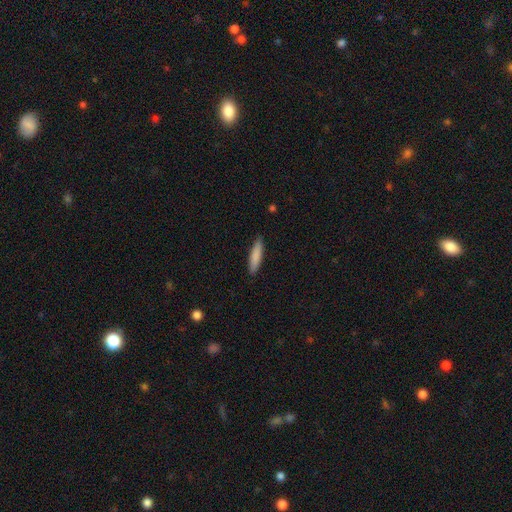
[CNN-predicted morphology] Smooth or featured? smooth (84%)
How rounded? cigar-shaped (82%)
Merging? none (88%)